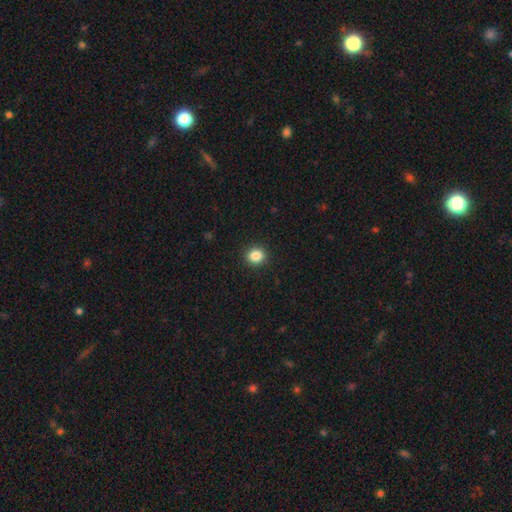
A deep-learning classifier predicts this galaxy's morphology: Q: Smooth or featured?
A: smooth (86%); runner-up: star or artifact (10%)
Q: How rounded?
A: round (78%); runner-up: in between (21%)
Q: Merging?
A: none (92%); runner-up: minor disturbance (6%)